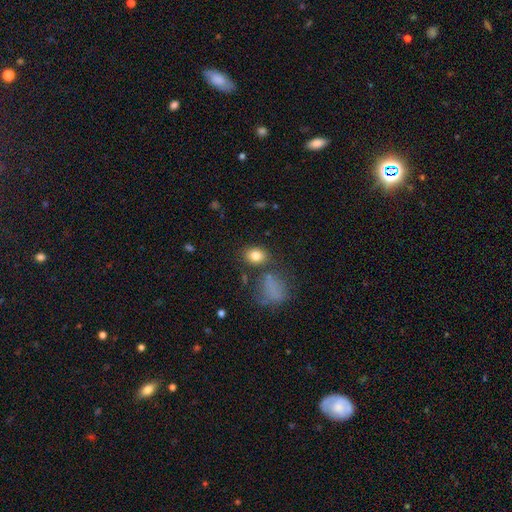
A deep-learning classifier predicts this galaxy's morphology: Smooth or featured?
  - smooth: 81% *
  - star or artifact: 11%
  - featured or disk: 8%
How rounded?
  - in between: 56% *
  - round: 43%
  - cigar-shaped: 1%
Merging?
  - none: 76% *
  - minor disturbance: 11%
  - merger: 9%
  - major disturbance: 4%